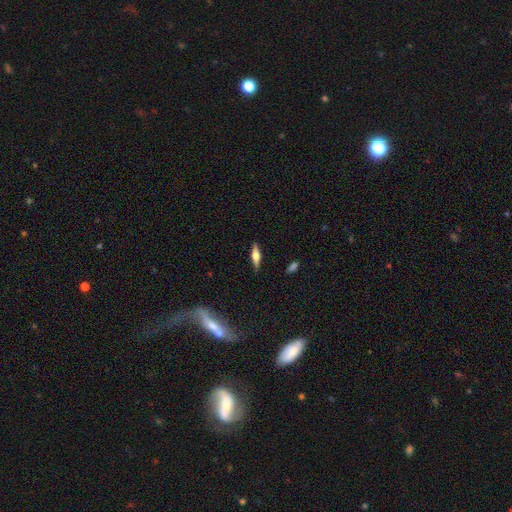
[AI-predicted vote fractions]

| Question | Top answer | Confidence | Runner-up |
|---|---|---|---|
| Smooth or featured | featured or disk | 58% | smooth (35%) |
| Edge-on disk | yes | 95% | no (5%) |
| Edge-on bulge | rounded | 89% | boxy (9%) |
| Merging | none | 87% | minor disturbance (10%) |